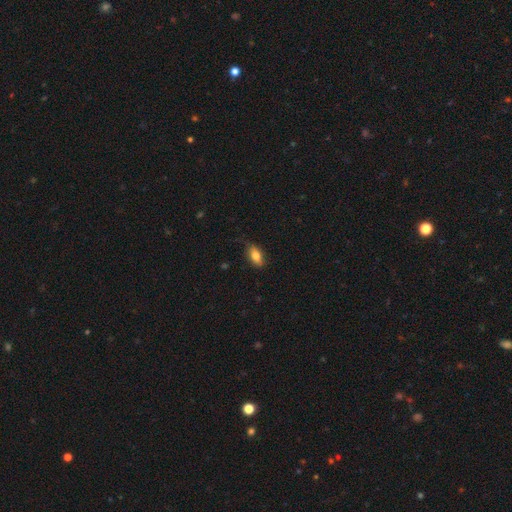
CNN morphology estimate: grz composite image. It shows a smooth galaxy with no disk features (76%) that is in between round and cigar-shaped (85%). Merging: none (75%).